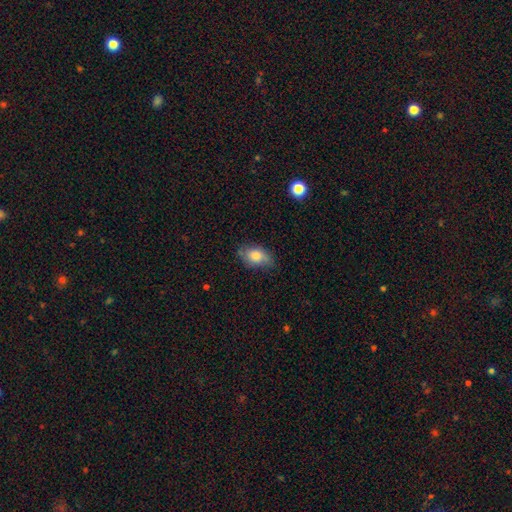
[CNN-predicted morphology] smooth_or_featured: smooth (p=0.77) [alt: featured or disk p=0.15]
how_rounded: in between (p=0.86) [alt: round p=0.11]
merging: none (p=0.66) [alt: minor disturbance p=0.27]